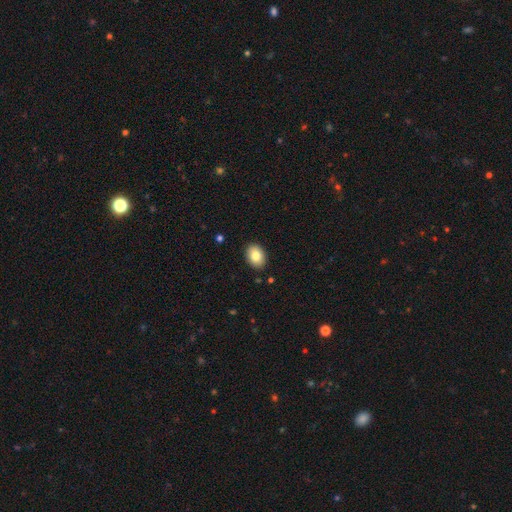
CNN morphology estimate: This appears to be a smooth galaxy with no disk features (84%) that is in between round and cigar-shaped (79%). Merging: none (89%).